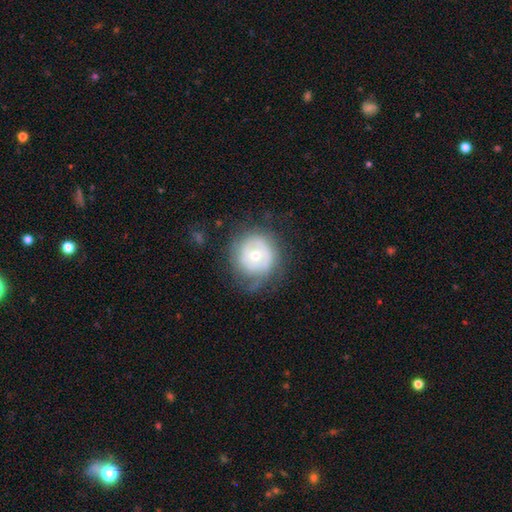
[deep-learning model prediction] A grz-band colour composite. It shows a featured or disk galaxy (61%) with no bar (75%), spiral arms (68%) and a moderate central bulge (58%). Merging: none (60%).